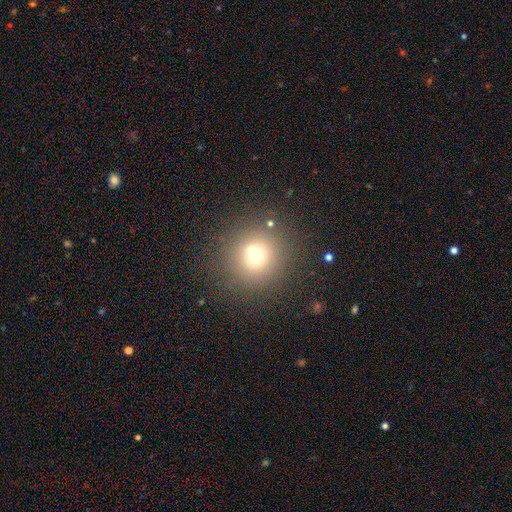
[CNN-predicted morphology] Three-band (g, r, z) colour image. It shows a smooth galaxy with no disk features (65%) that is round (92%). Merging: none (67%).